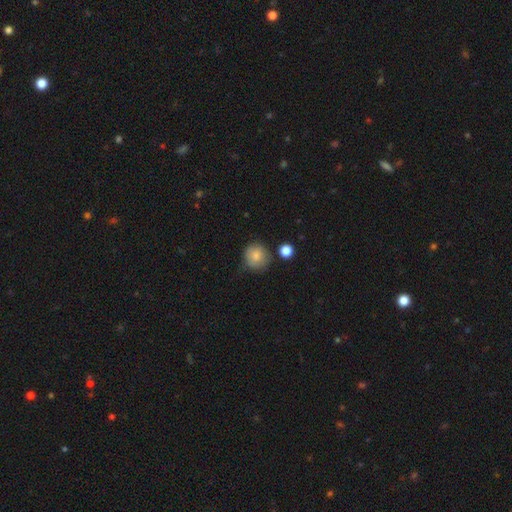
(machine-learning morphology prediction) This is clearly a smooth galaxy (83%). How rounded: clearly round (90%). Merging: likely none (74%).